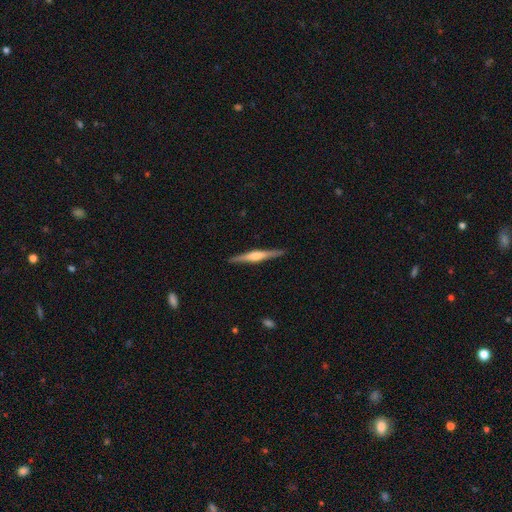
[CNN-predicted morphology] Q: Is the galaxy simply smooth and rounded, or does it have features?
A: featured or disk — 74%.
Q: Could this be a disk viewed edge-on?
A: yes — 98%.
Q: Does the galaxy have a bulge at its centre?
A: rounded — 81%.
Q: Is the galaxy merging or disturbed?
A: none — 91%.